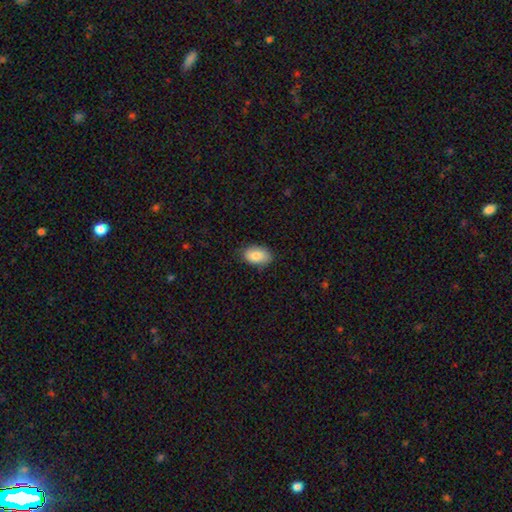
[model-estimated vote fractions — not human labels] Morphology: type=smooth (85%); roundness=in between (91%); merging=none (80%).